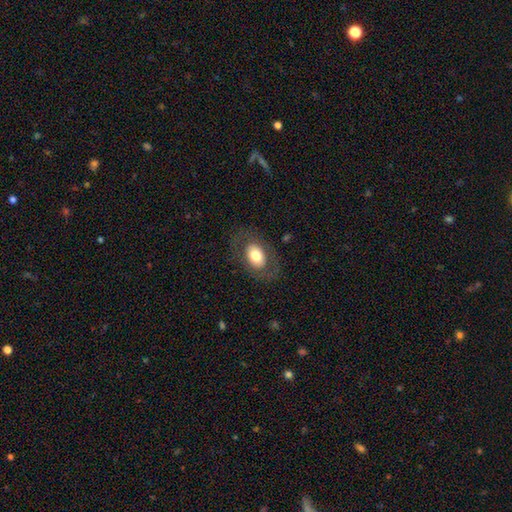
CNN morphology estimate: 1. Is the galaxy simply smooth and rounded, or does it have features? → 66% smooth, 27% featured or disk, 7% star or artifact.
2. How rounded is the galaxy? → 83% in between, 16% round, 1% cigar-shaped.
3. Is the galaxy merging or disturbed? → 77% none, 13% minor disturbance, 9% major disturbance, 1% merger.